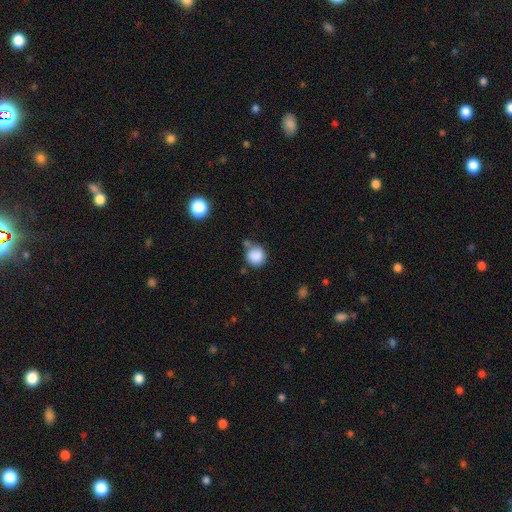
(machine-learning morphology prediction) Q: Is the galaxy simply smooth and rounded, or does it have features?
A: smooth — 86%.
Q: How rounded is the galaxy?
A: round — 89%.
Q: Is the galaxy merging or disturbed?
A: none — 59%.